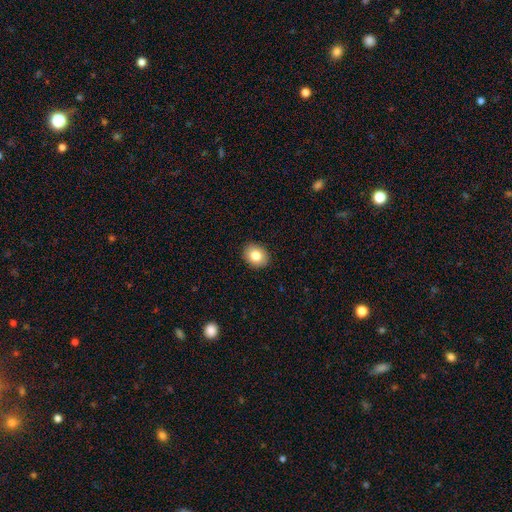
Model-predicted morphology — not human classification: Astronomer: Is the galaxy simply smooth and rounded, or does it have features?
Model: smooth — 82%.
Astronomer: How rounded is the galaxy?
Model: in between — 50%, tied with round at 50%.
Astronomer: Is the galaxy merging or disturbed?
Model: none — 91%.